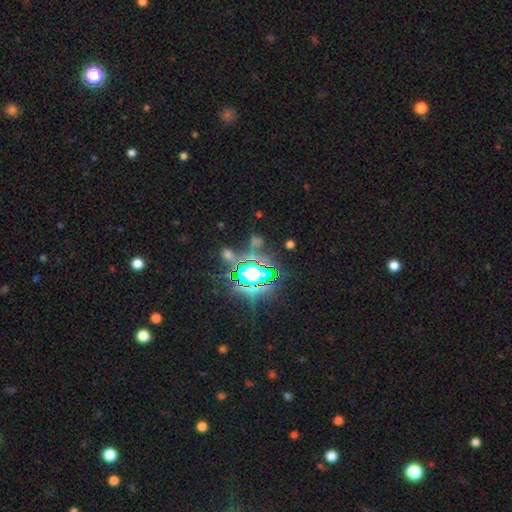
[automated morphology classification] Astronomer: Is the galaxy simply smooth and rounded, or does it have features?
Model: star or artifact — 83%.